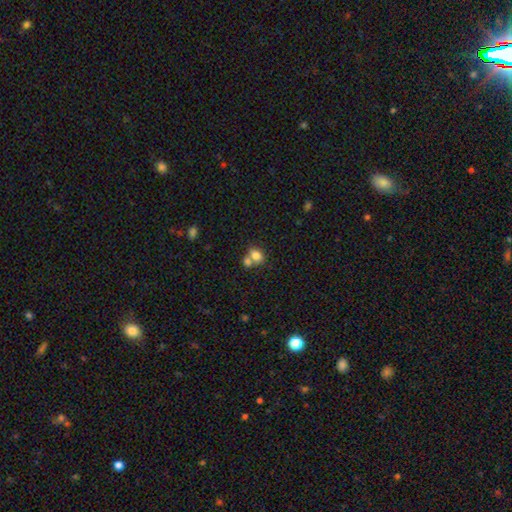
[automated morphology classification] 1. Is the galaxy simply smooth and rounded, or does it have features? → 79% smooth, 11% featured or disk, 10% star or artifact.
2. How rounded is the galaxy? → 59% in between, 40% round, 1% cigar-shaped.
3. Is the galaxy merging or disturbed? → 49% merger, 38% none, 9% minor disturbance, 4% major disturbance.